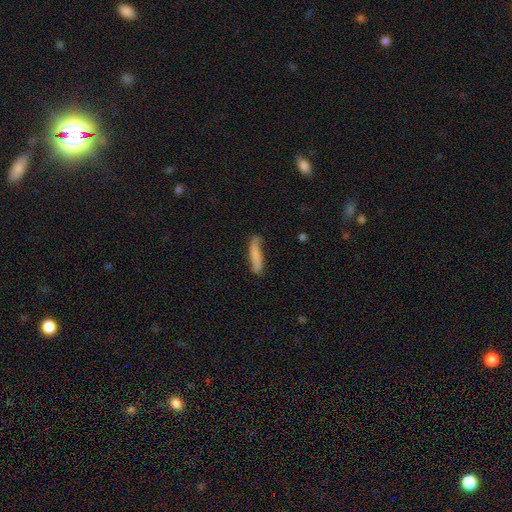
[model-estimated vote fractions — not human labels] The model was most divided on "merging": none: 60%, minor disturbance: 29%, major disturbance: 8%, merger: 3%. More confident: how rounded — cigar-shaped (80%); smooth or featured — smooth (70%).